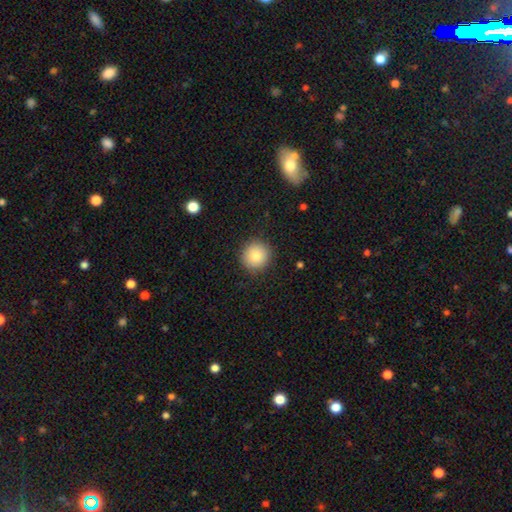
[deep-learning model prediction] Q: Smooth or featured?
A: smooth (85%); runner-up: star or artifact (9%)
Q: How rounded?
A: round (94%); runner-up: in between (5%)
Q: Merging?
A: none (90%); runner-up: minor disturbance (7%)